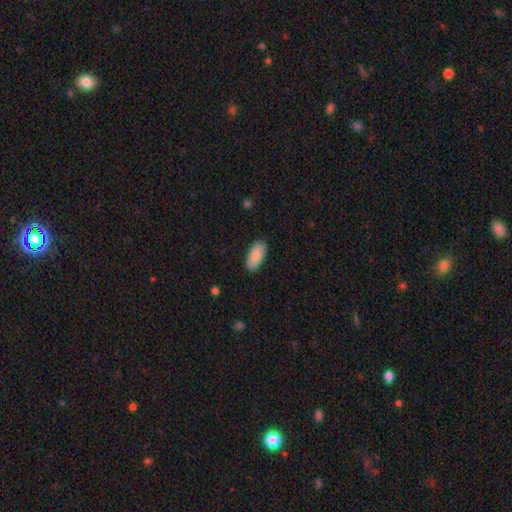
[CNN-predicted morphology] Q: Smooth or featured?
A: smooth (85%); runner-up: featured or disk (9%)
Q: How rounded?
A: in between (93%); runner-up: cigar-shaped (5%)
Q: Merging?
A: none (88%); runner-up: minor disturbance (9%)